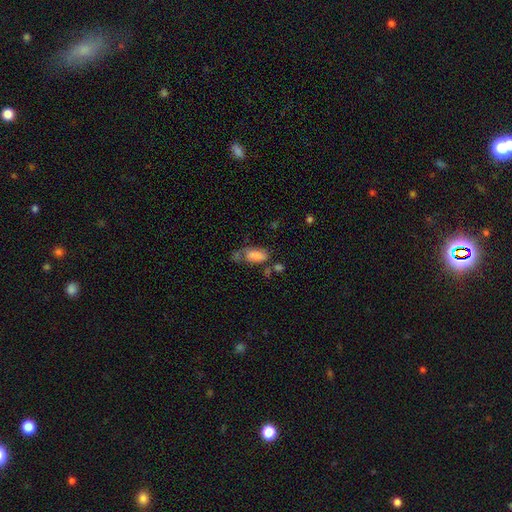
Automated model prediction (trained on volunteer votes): Morphology: type=smooth (80%); roundness=in between (87%); merging=none (39%).